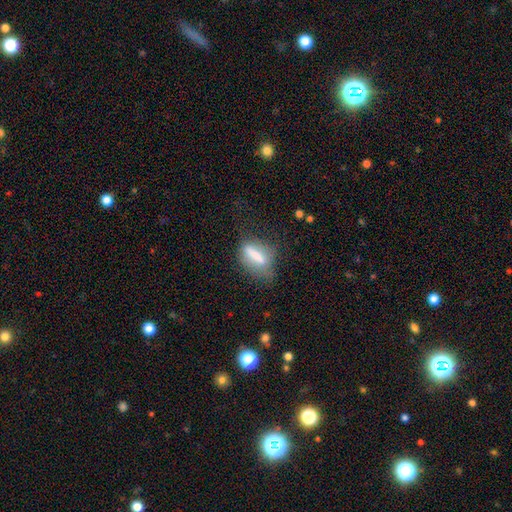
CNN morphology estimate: Overall: smooth (60%; featured or disk 30%). How rounded: cigar-shaped (47%; in between 46%). Merging: none (53%; minor disturbance 25%).